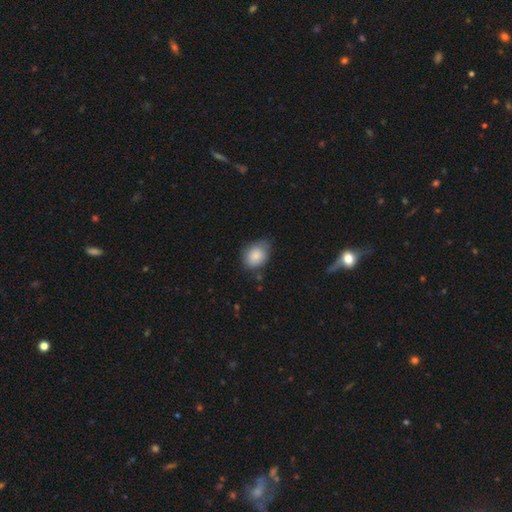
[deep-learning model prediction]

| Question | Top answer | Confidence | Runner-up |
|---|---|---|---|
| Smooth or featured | smooth | 86% | star or artifact (7%) |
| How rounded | in between | 67% | round (32%) |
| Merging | none | 61% | minor disturbance (31%) |